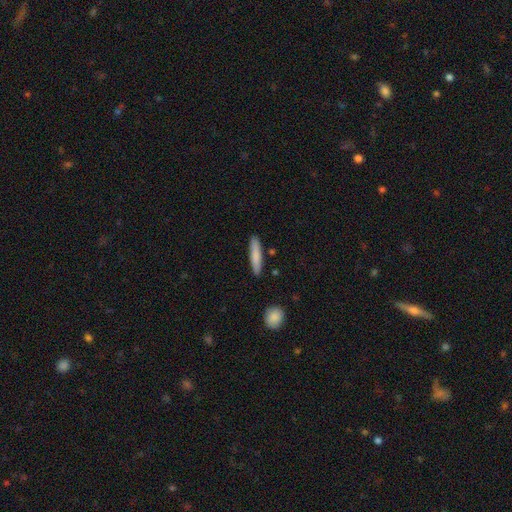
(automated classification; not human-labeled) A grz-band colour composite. It shows a smooth galaxy with no disk features (80%) that is cigar-shaped (88%). Merging: none (87%).